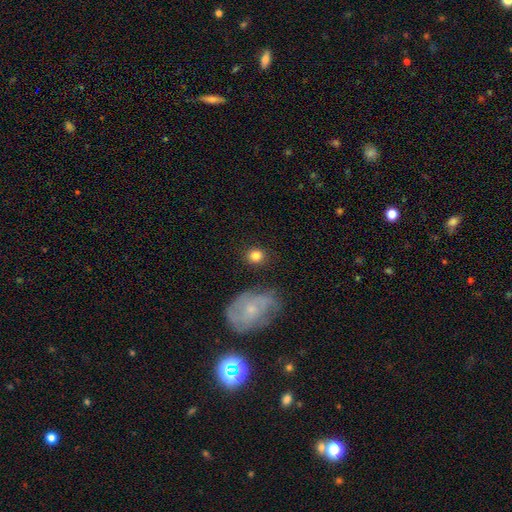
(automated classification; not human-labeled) Q: Smooth or featured?
A: smooth (82%); runner-up: featured or disk (10%)
Q: How rounded?
A: round (81%); runner-up: in between (18%)
Q: Merging?
A: none (83%); runner-up: minor disturbance (9%)